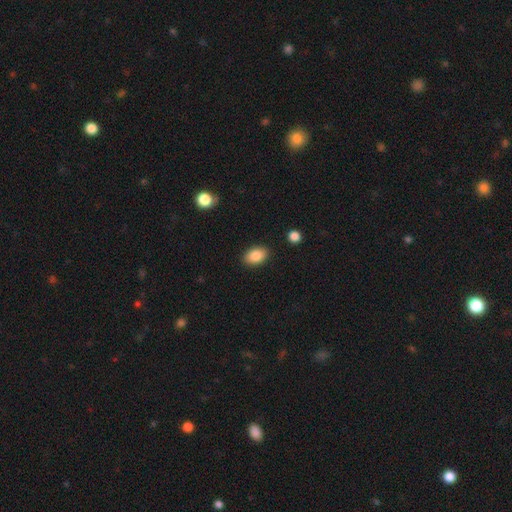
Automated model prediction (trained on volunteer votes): This is clearly a smooth galaxy (87%). How rounded: clearly in between (88%). Merging: clearly none (87%).